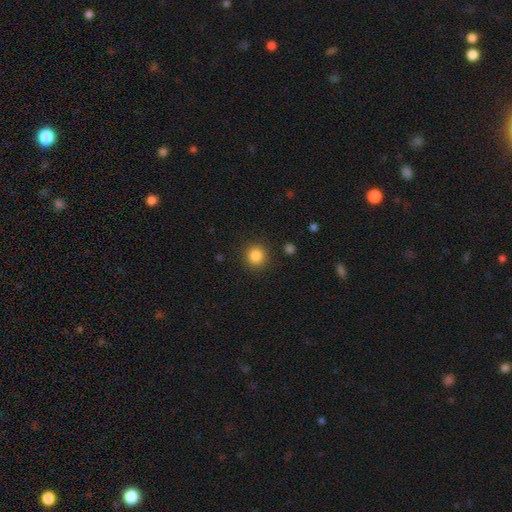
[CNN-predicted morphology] type=smooth (85%); roundness=round (93%); merging=none (89%).